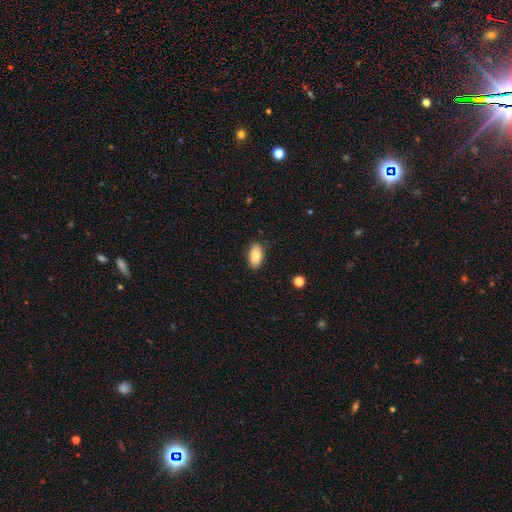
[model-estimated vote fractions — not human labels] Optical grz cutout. It shows a smooth galaxy with no disk features (85%) that is in between round and cigar-shaped (93%). Merging: none (86%).